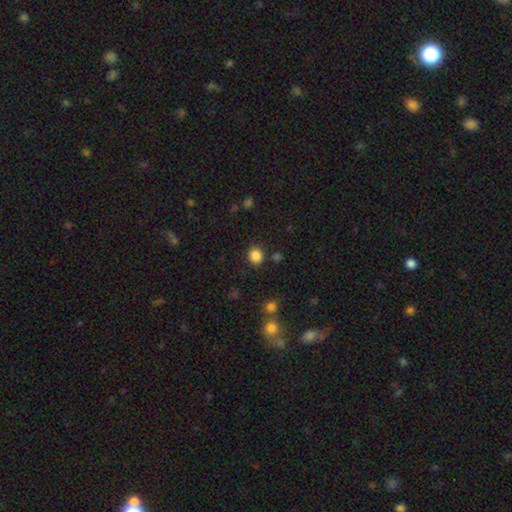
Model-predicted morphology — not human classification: Overall: smooth (85%). How rounded: round (85%). Merging: none (87%).